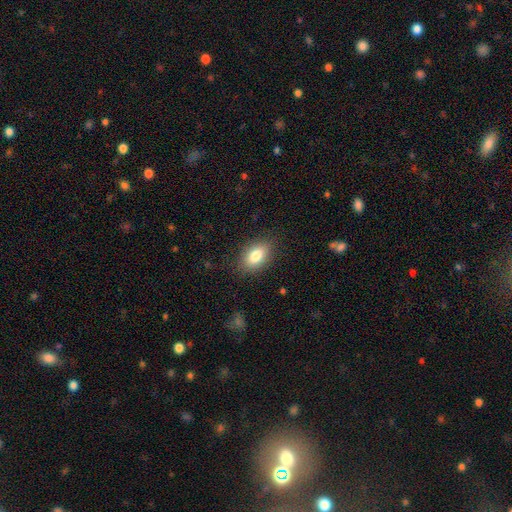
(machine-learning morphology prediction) Q: Smooth or featured?
A: smooth (82%); runner-up: featured or disk (11%)
Q: How rounded?
A: in between (89%); runner-up: round (9%)
Q: Merging?
A: none (84%); runner-up: minor disturbance (11%)